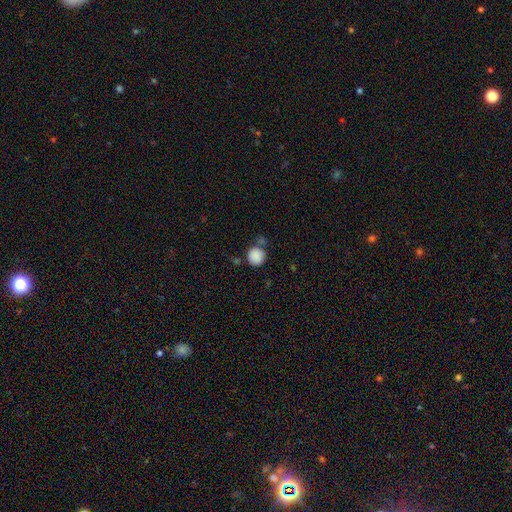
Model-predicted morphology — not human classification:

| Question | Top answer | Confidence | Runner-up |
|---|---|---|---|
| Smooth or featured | smooth | 87% | star or artifact (8%) |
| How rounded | round | 88% | in between (11%) |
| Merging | none | 62% | minor disturbance (18%) |